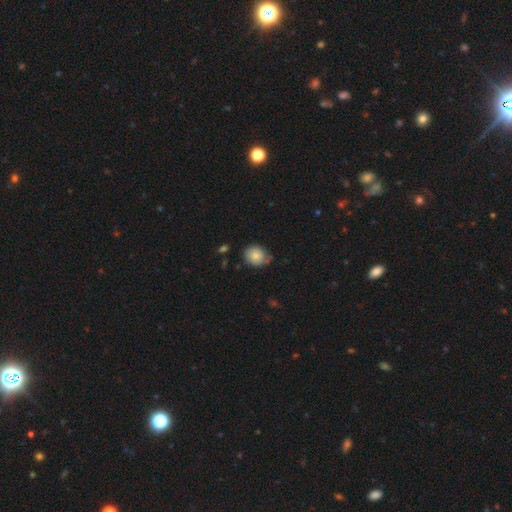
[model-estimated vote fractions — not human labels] A smooth galaxy with no disk features (74%) that is round (72%). Merging: none (54%).